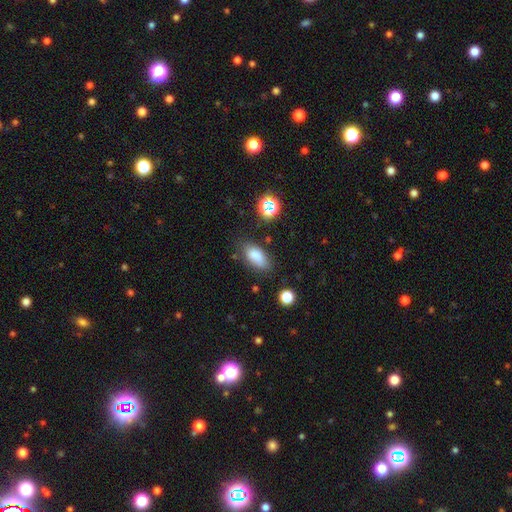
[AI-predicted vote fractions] Smooth or featured: smooth — 82% (star or artifact — 10%)
How rounded: in between — 88% (cigar-shaped — 7%)
Merging: none — 72% (minor disturbance — 18%)